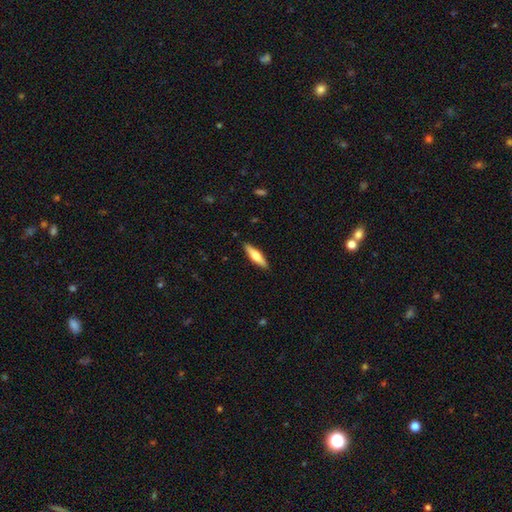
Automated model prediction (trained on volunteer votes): Smooth or featured?
  - smooth: 54% *
  - featured or disk: 41%
  - star or artifact: 5%
How rounded?
  - cigar-shaped: 73% *
  - in between: 26%
  - round: 2%
Merging?
  - none: 90% *
  - minor disturbance: 7%
  - major disturbance: 1%
  - merger: 1%